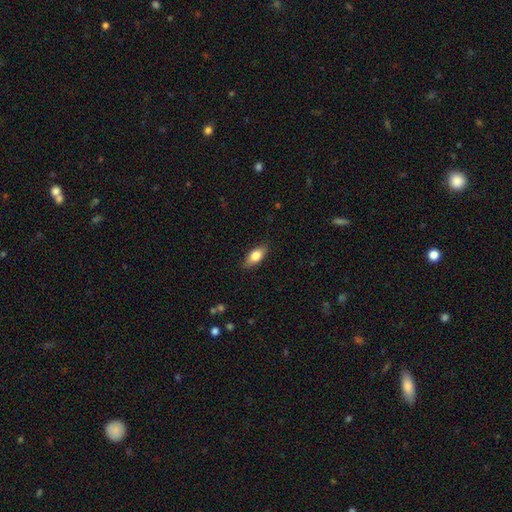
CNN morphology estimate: smooth-or-featured: smooth: 75% | featured or disk: 18% | star or artifact: 7%
  how-rounded: in between: 82% | cigar-shaped: 14% | round: 4%
  merging: none: 86% | minor disturbance: 11% | major disturbance: 2% | merger: 1%